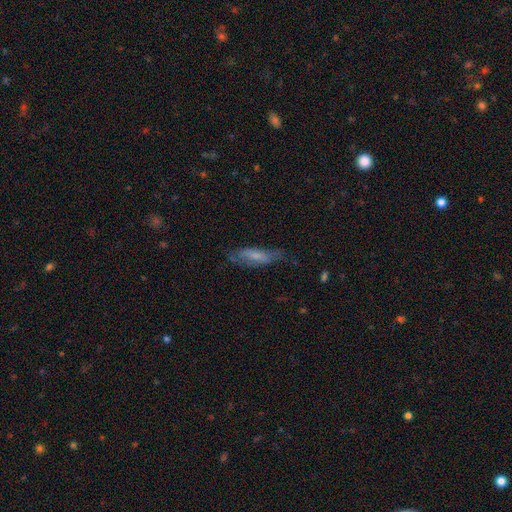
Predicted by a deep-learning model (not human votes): Smooth or featured? smooth (51%)
How rounded? cigar-shaped (52%)
Merging? none (61%)